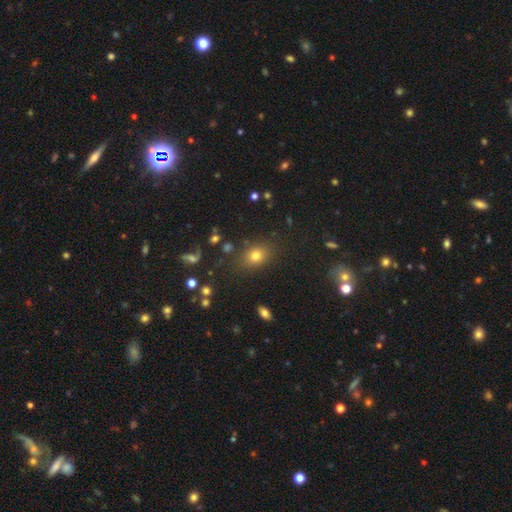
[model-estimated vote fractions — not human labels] The model was most divided on "how rounded": in between: 52%, round: 46%, cigar-shaped: 2%. More confident: merging — none (82%); smooth or featured — smooth (73%).